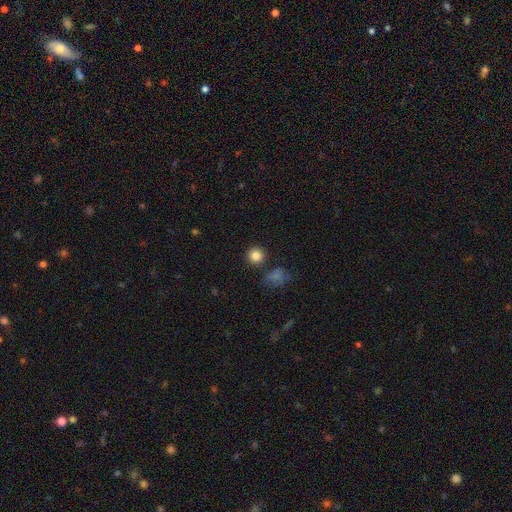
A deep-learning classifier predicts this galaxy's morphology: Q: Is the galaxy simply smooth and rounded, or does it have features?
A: smooth — 83%.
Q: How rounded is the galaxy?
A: round — 93%.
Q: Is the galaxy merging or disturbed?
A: none — 87%.